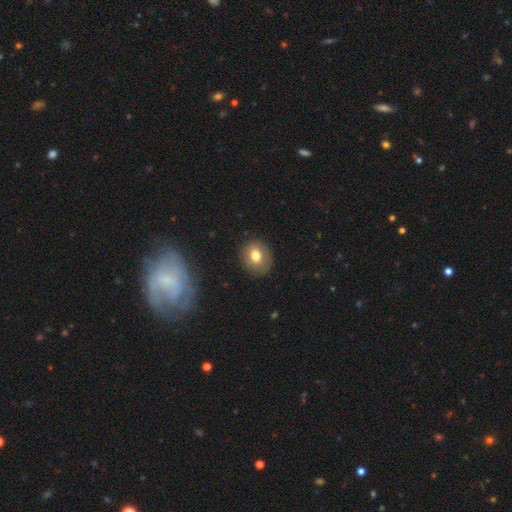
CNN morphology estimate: Smooth or featured?
  - smooth: 76% *
  - featured or disk: 15%
  - star or artifact: 10%
How rounded?
  - round: 65% *
  - in between: 34%
  - cigar-shaped: 1%
Merging?
  - none: 86% *
  - minor disturbance: 10%
  - major disturbance: 3%
  - merger: 1%